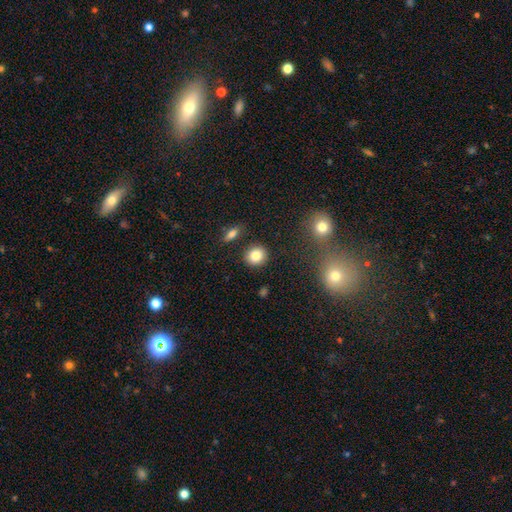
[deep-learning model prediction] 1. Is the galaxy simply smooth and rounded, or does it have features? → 83% smooth, 10% star or artifact, 7% featured or disk.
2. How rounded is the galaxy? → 81% round, 17% in between, 1% cigar-shaped.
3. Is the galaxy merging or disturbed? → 87% none, 7% minor disturbance, 3% merger, 2% major disturbance.